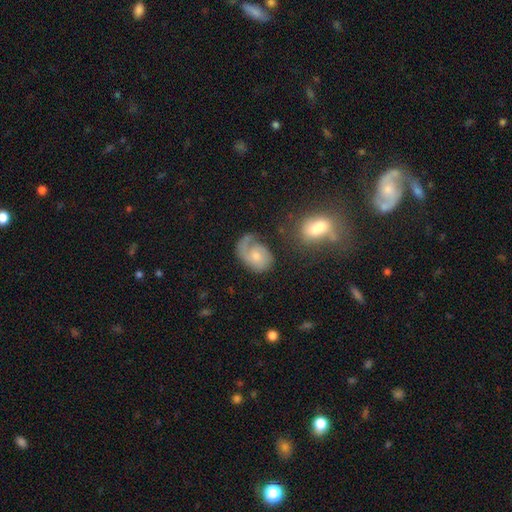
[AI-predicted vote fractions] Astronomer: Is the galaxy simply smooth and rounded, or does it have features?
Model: featured or disk — 66%.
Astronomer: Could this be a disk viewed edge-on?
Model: no — 97%.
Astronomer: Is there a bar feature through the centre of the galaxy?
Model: no — 71%.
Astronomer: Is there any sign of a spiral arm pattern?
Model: yes — 88%.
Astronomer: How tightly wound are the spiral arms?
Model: tight — 39% (runner-up: medium, 36%).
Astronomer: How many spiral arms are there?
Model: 1 — 71%.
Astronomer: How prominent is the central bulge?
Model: moderate — 45% (runner-up: small, 39%).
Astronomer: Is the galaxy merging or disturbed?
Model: none — 44% (runner-up: major disturbance, 26%).